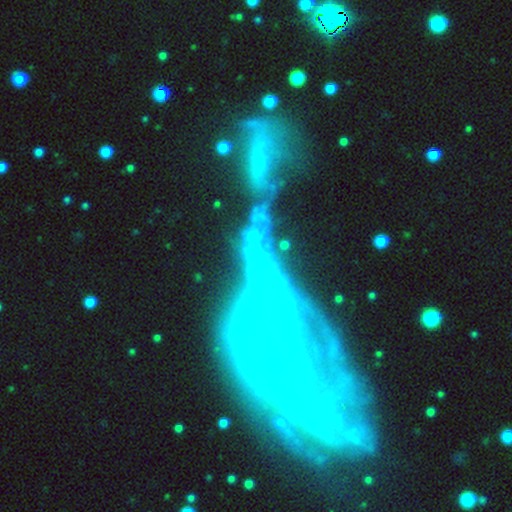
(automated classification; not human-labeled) Smooth or featured? featured or disk (58%)
Edge-on disk? no (89%)
Bar? no (81%)
Spiral arms? no (73%)
Bulge size? none (62%)
Merging? merger (39%)